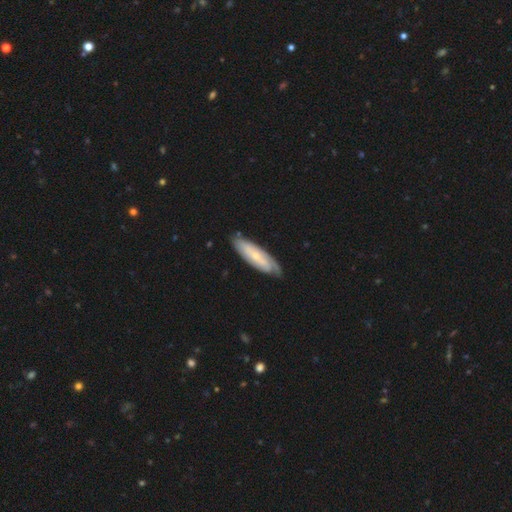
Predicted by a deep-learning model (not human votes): Q: Smooth or featured?
A: featured or disk (63%); runner-up: smooth (32%)
Q: Edge-on disk?
A: no (76%); runner-up: yes (24%)
Q: Merging?
A: none (76%); runner-up: minor disturbance (18%)